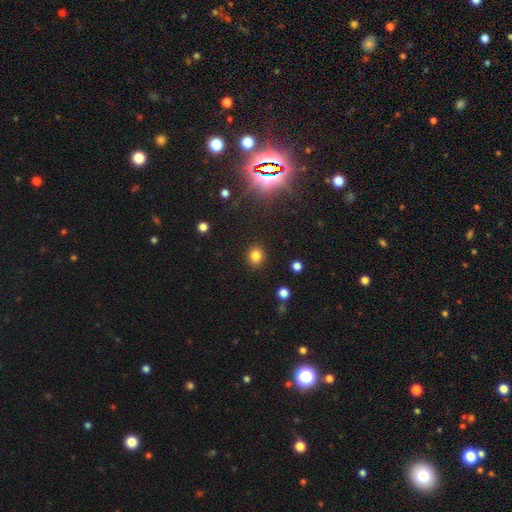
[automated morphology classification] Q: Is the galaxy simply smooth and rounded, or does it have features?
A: smooth — 81%.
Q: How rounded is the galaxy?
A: round — 80%.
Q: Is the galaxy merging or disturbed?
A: none — 90%.